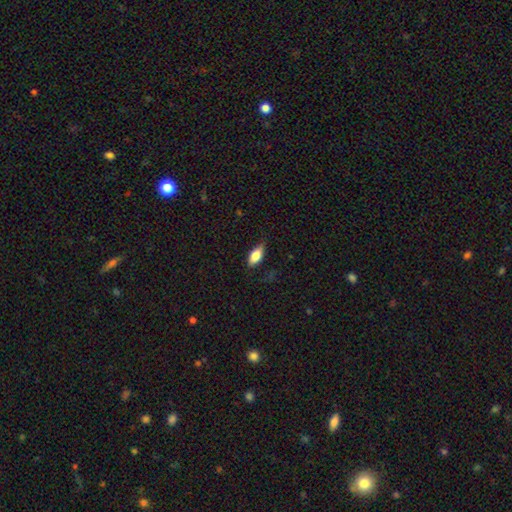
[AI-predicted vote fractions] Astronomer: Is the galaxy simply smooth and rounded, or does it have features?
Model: smooth — 78%.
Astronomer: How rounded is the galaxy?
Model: in between — 86%.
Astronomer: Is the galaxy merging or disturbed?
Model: none — 73%.